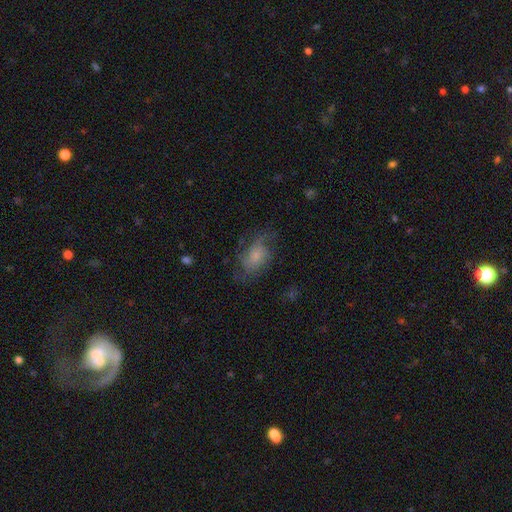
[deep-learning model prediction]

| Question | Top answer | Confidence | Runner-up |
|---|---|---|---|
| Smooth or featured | featured or disk | 48% | smooth (42%) |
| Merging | none | 54% | minor disturbance (24%) |